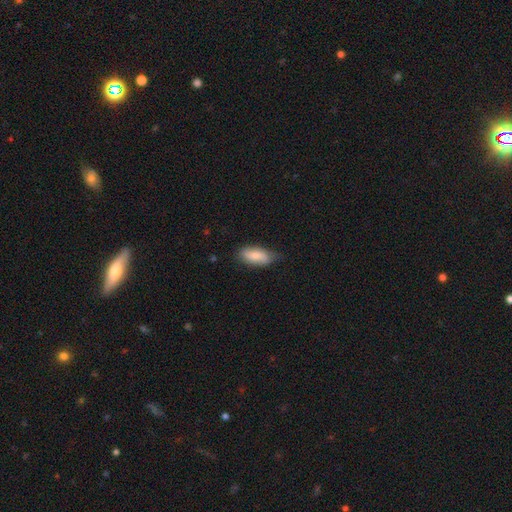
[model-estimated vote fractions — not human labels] This is likely a smooth galaxy (77%). How rounded: clearly in between (86%). Merging: likely none (66%).